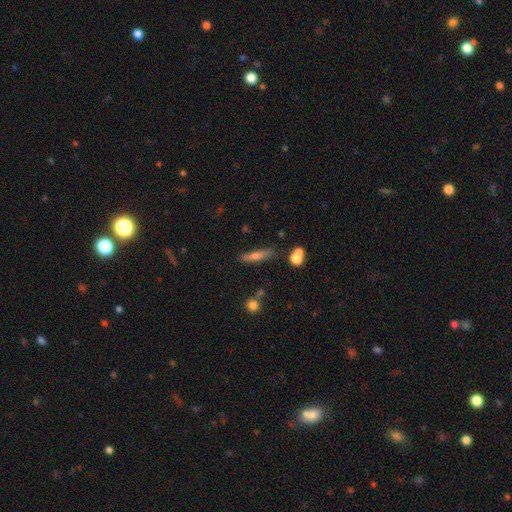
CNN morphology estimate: This appears to be a smooth galaxy with no disk features (61%) that is cigar-shaped (80%). Merging: none (76%).